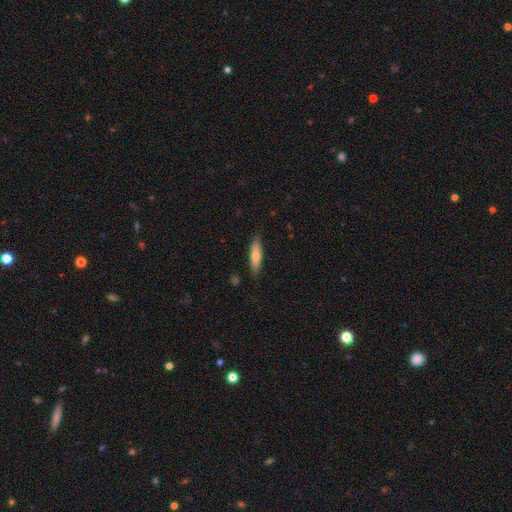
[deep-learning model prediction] The model was most divided on "how rounded": cigar-shaped: 58%, in between: 39%, round: 2%. More confident: merging — none (83%); smooth or featured — smooth (61%).